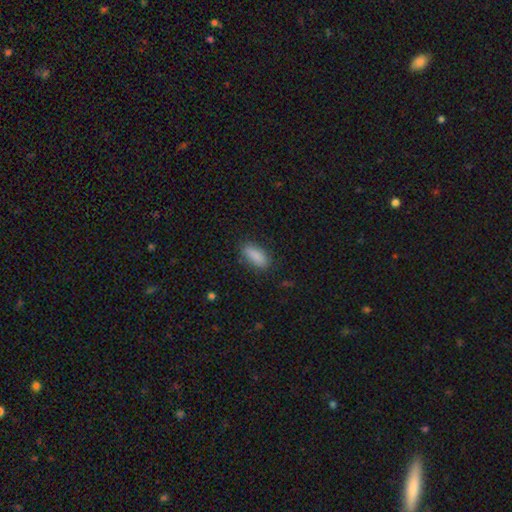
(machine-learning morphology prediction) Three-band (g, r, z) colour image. It shows a smooth galaxy with no disk features (88%) that is in between round and cigar-shaped (77%). Merging: none (84%).